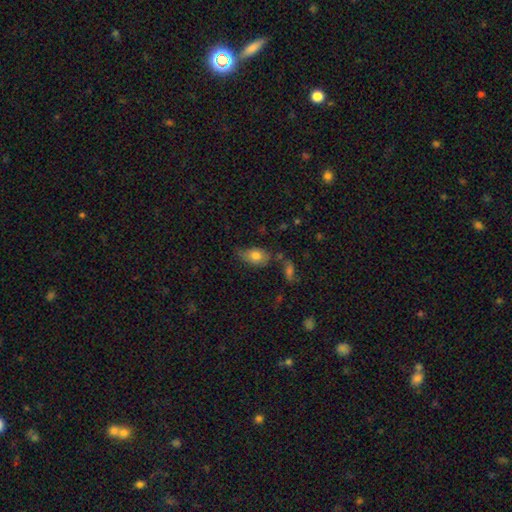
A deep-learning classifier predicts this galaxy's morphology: This is likely a smooth galaxy (76%). How rounded: clearly in between (83%). Merging: possibly none (51%).